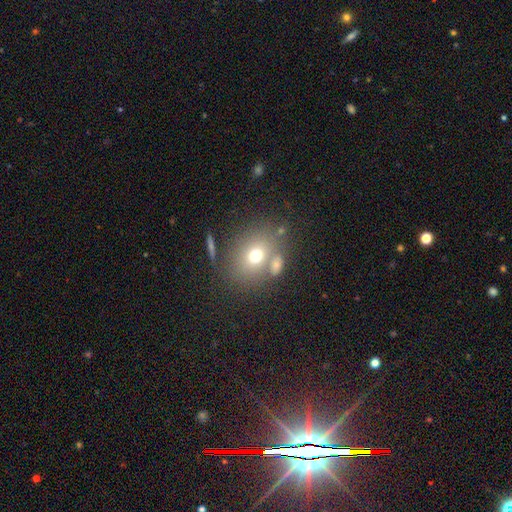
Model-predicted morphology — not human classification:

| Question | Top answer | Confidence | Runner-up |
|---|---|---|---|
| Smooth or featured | smooth | 69% | featured or disk (17%) |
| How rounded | round | 50% | in between (49%) |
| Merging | none | 64% | merger (17%) |